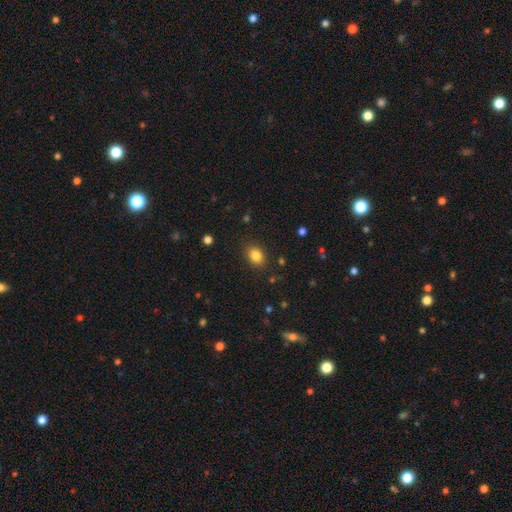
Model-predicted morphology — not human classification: Smooth or featured? Predicted: smooth (p=0.84). How rounded? Predicted: in between (p=0.63). Merging? Predicted: none (p=0.86).